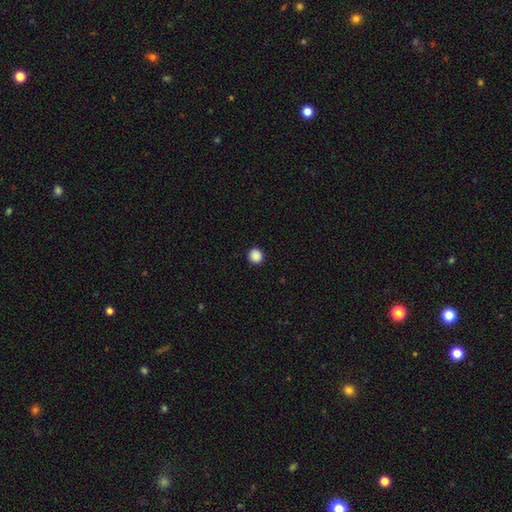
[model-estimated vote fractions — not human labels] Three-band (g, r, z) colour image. It shows a smooth galaxy with no disk features (88%) that is round (94%). Merging: none (93%).